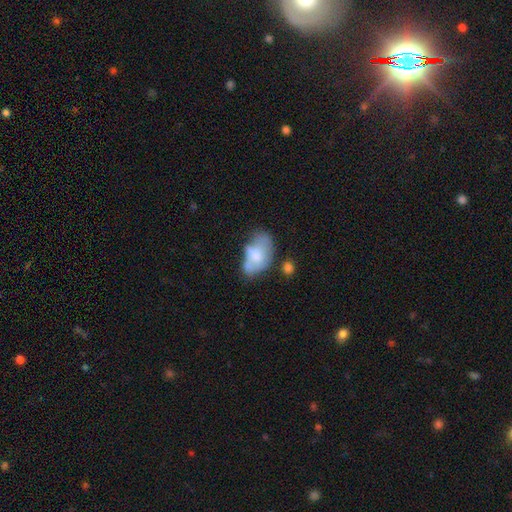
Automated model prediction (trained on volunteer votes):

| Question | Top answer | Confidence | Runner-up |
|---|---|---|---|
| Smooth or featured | smooth | 62% | featured or disk (31%) |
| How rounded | in between | 91% | round (7%) |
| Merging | minor disturbance | 31% | none (29%) |